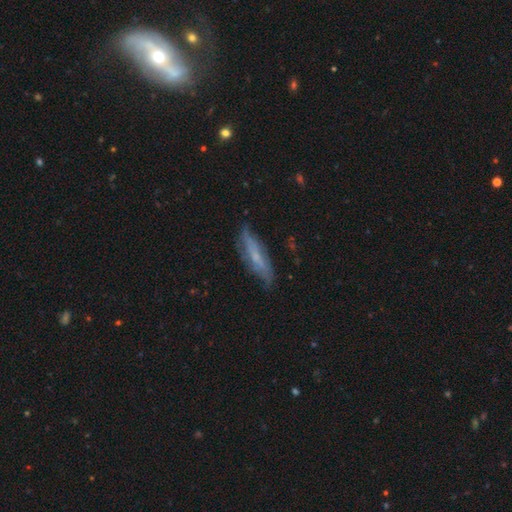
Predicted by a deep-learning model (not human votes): Smooth or featured?
  - featured or disk: 51% *
  - smooth: 41%
  - star or artifact: 8%
Edge-on disk?
  - yes: 54% *
  - no: 46%
Merging?
  - none: 75% *
  - minor disturbance: 19%
  - major disturbance: 4%
  - merger: 2%